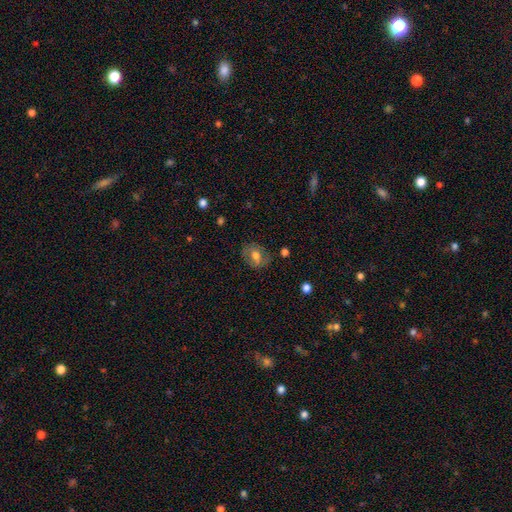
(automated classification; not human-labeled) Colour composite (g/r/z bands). It shows a smooth galaxy with no disk features (55%) that is in between round and cigar-shaped (55%). Merging: none (74%).